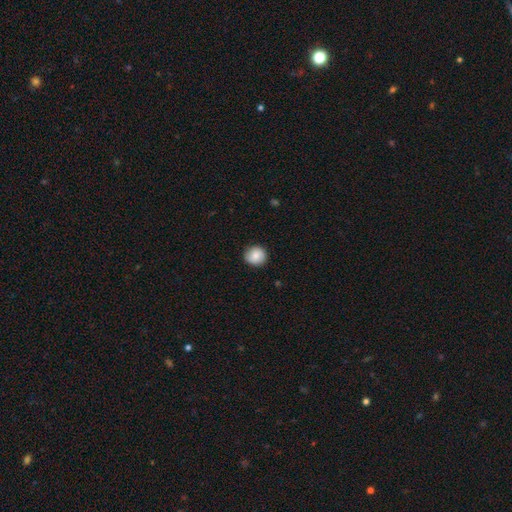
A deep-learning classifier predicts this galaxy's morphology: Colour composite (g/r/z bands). It shows a smooth galaxy with no disk features (83%) that is round (89%). Merging: none (87%).